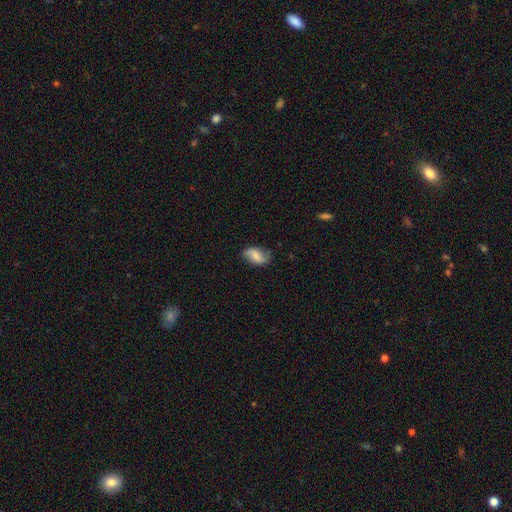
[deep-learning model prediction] Smooth or featured? smooth (56%)
How rounded? in between (90%)
Merging? none (75%)